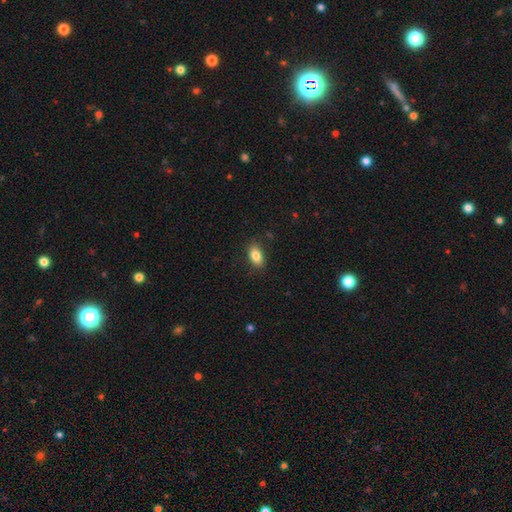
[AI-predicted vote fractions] Q: Smooth or featured?
A: smooth (83%); runner-up: featured or disk (9%)
Q: How rounded?
A: in between (90%); runner-up: round (7%)
Q: Merging?
A: none (86%); runner-up: minor disturbance (10%)